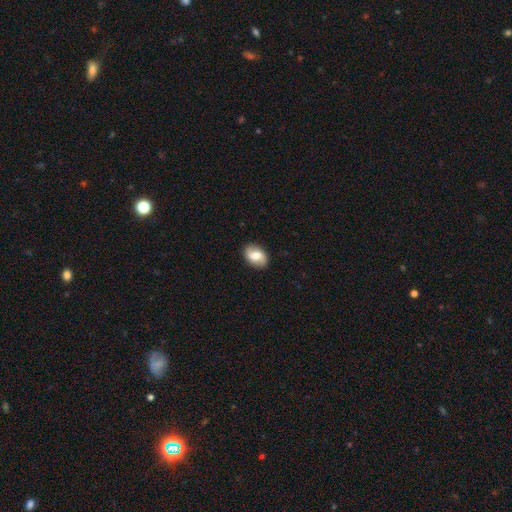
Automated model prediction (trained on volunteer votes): smooth 52%, featured or disk 41%, star or artifact 8%. Down the decision tree: how rounded — in between (80%); merging — none (87%).